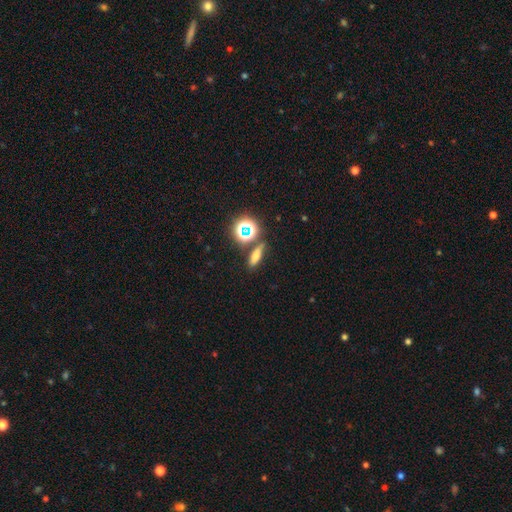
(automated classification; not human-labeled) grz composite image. It shows a smooth galaxy with no disk features (57%) that is cigar-shaped (47%). Merging: none (76%).